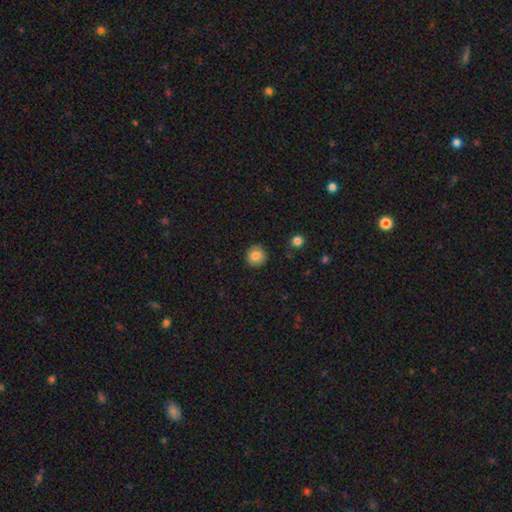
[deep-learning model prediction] Overall: smooth (83%). How rounded: round (93%). Merging: none (91%).